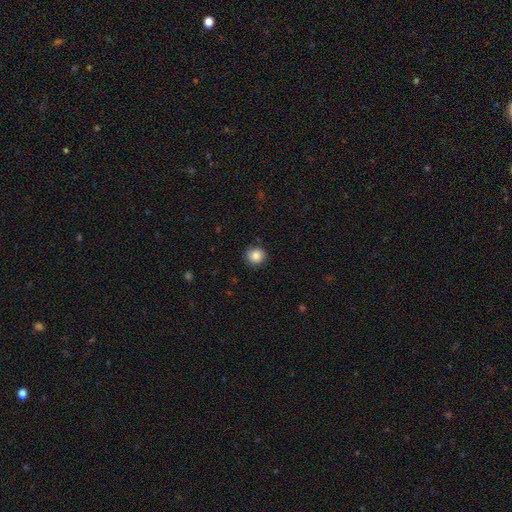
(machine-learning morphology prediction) smooth-or-featured: smooth: 86% | star or artifact: 9% | featured or disk: 4%
  how-rounded: round: 90% | in between: 9% | cigar-shaped: 1%
  merging: none: 88% | minor disturbance: 9% | major disturbance: 2% | merger: 1%